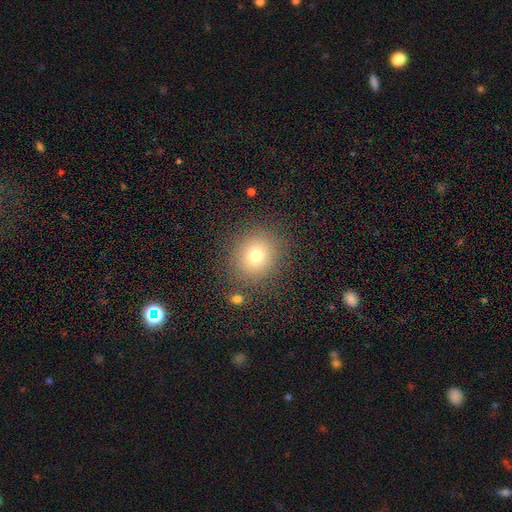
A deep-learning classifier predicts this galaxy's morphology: This appears to be a smooth galaxy with no disk features (74%) that is round (84%). Merging: none (84%).